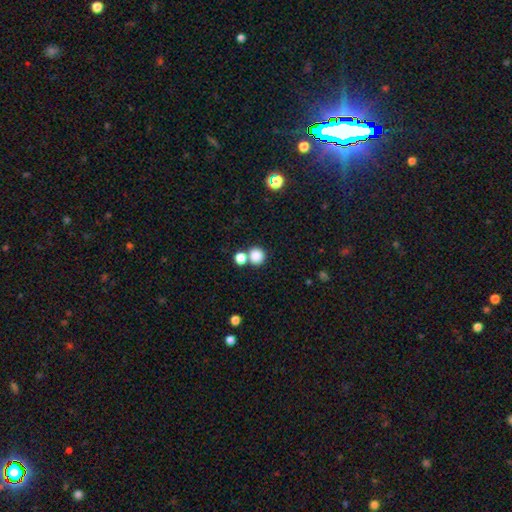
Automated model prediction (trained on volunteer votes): smooth_or_featured: smooth (p=0.84) [alt: star or artifact p=0.11]
how_rounded: round (p=0.90) [alt: in between p=0.09]
merging: none (p=0.62) [alt: merger p=0.28]